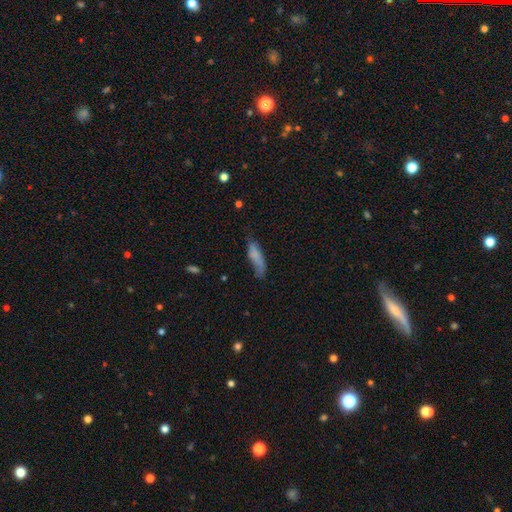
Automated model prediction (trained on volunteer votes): The model was most divided on "merging": none: 47%, minor disturbance: 34%, major disturbance: 16%, merger: 3%. More confident: smooth or featured — smooth (74%); how rounded — cigar-shaped (57%).